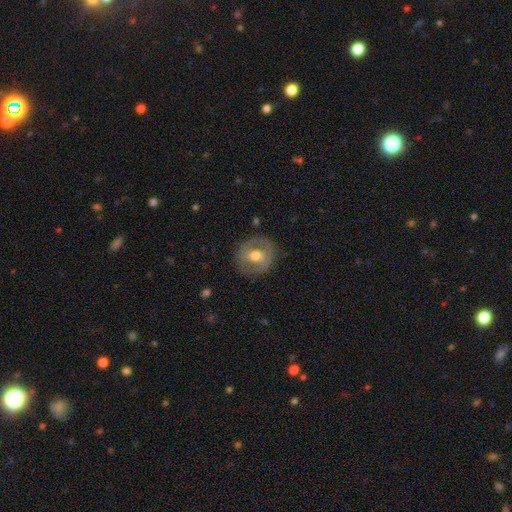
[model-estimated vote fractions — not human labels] Overall: featured or disk (52%; smooth 41%). Edge-on disk: no (95%). Merging: none (83%).